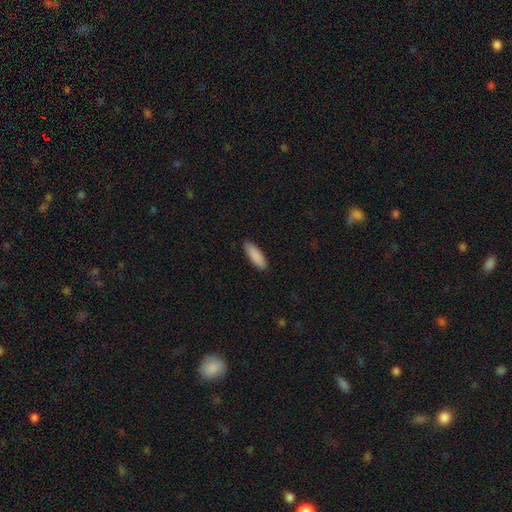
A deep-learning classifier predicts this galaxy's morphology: type=smooth (90%); roundness=in between (52%); merging=none (89%).